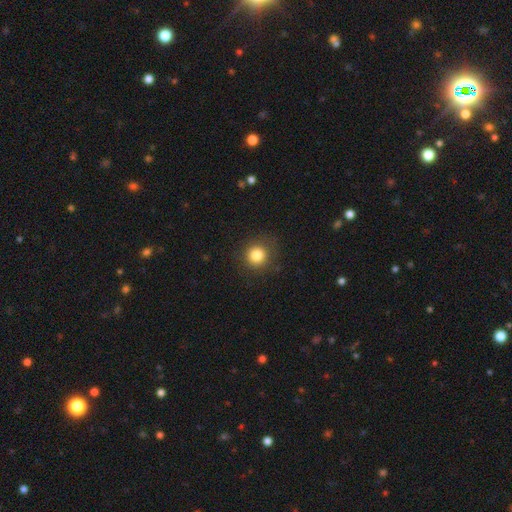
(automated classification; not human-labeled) Smooth or featured? smooth (83%)
How rounded? round (92%)
Merging? none (87%)